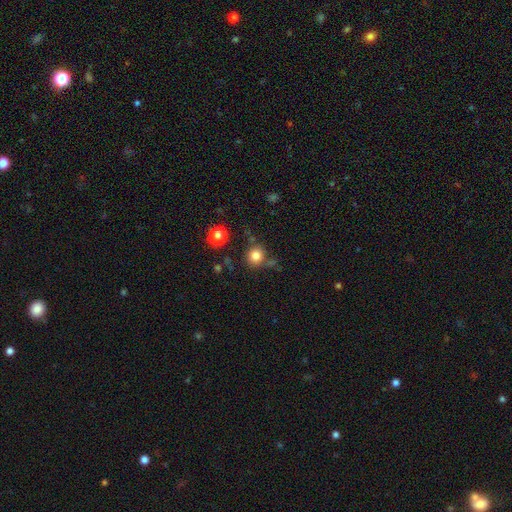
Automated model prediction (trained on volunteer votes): Overall: smooth (81%). How rounded: round (88%). Merging: none (75%).